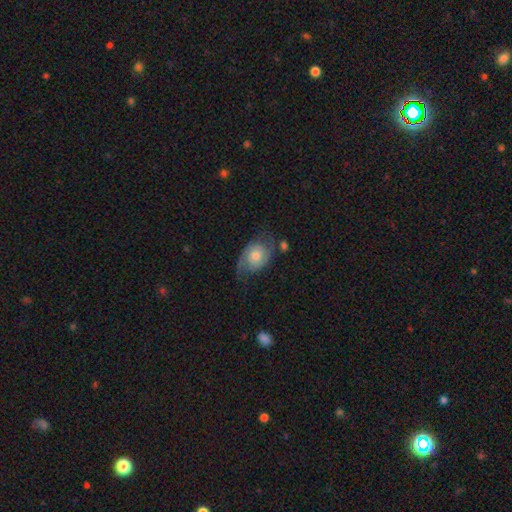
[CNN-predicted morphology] Smooth or featured?
  - featured or disk: 61% *
  - smooth: 31%
  - star or artifact: 8%
Edge-on disk?
  - no: 96% *
  - yes: 4%
Bar?
  - no: 77% *
  - weak: 20%
  - strong: 3%
Spiral arms?
  - yes: 86% *
  - no: 14%
Spiral winding?
  - medium: 39% *
  - loose: 38%
  - tight: 23%
Spiral arm count?
  - 2: 78% *
  - 1: 10%
  - can't tell: 9%
  - 3: 1%
  - 4: 1%
  - more than 4: 1%
Bulge size?
  - moderate: 54% *
  - small: 34%
  - large: 7%
  - none: 3%
  - dominant: 2%
Merging?
  - none: 56% *
  - minor disturbance: 25%
  - major disturbance: 16%
  - merger: 3%